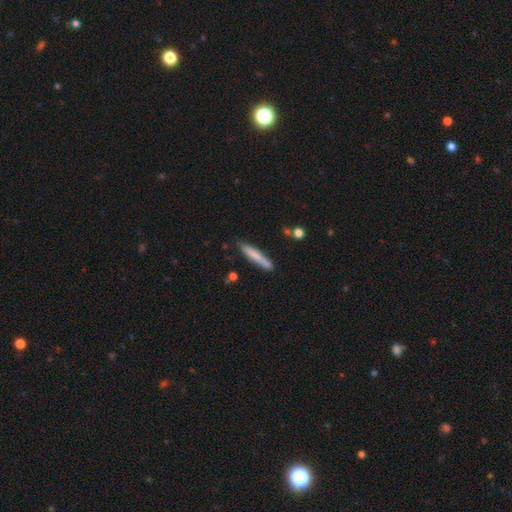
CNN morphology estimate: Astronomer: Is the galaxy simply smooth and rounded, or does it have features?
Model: smooth — 71%.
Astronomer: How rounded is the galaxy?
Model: cigar-shaped — 93%.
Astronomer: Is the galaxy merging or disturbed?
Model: none — 80%.